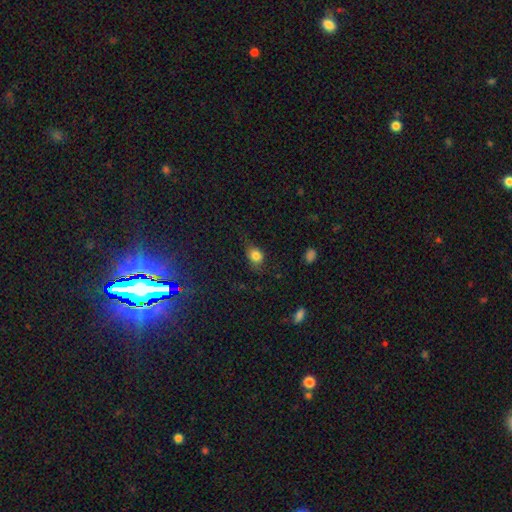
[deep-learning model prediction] smooth_or_featured: smooth (p=0.80) [alt: star or artifact p=0.12]
how_rounded: in between (p=0.51) [alt: round p=0.47]
merging: none (p=0.61) [alt: minor disturbance p=0.28]